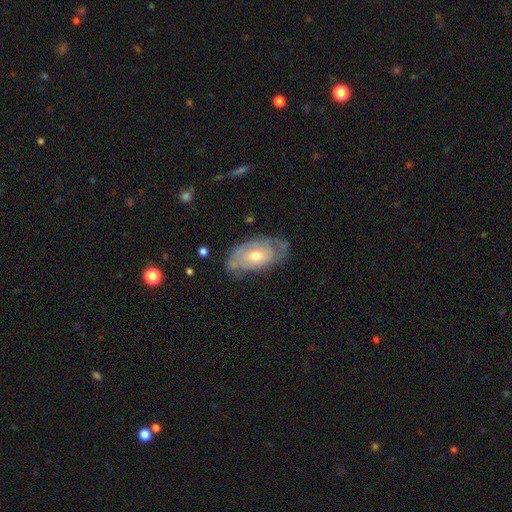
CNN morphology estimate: Q: Smooth or featured?
A: featured or disk (60%); runner-up: smooth (34%)
Q: Edge-on disk?
A: no (92%); runner-up: yes (8%)
Q: Bar?
A: no (80%); runner-up: weak (17%)
Q: Spiral arms?
A: yes (62%); runner-up: no (38%)
Q: Bulge size?
A: moderate (60%); runner-up: small (35%)
Q: Merging?
A: none (58%); runner-up: minor disturbance (29%)